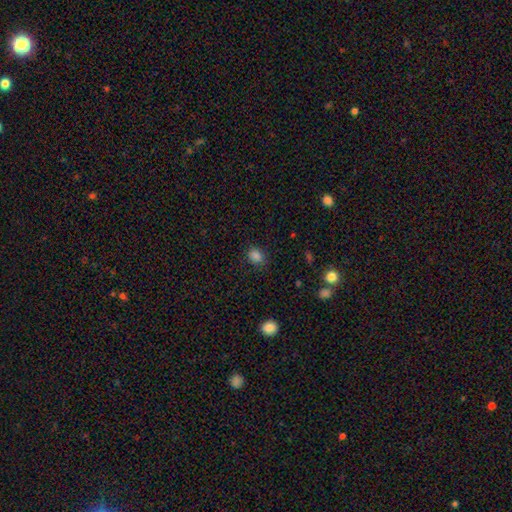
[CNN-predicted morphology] Smooth or featured? smooth (83%)
How rounded? in between (53%)
Merging? none (83%)